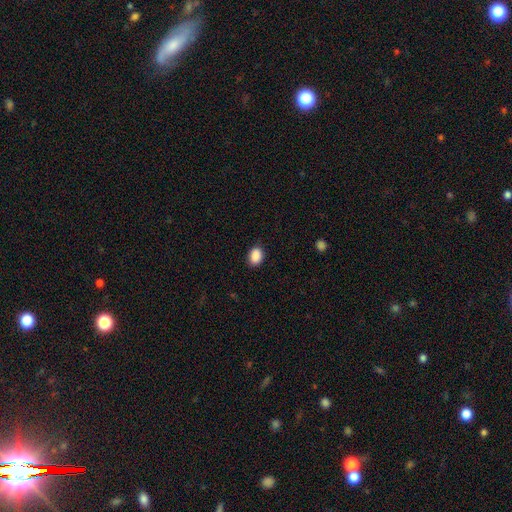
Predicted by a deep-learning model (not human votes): Smooth or featured: smooth — 90% (star or artifact — 8%)
How rounded: in between — 77% (round — 21%)
Merging: none — 88% (minor disturbance — 9%)